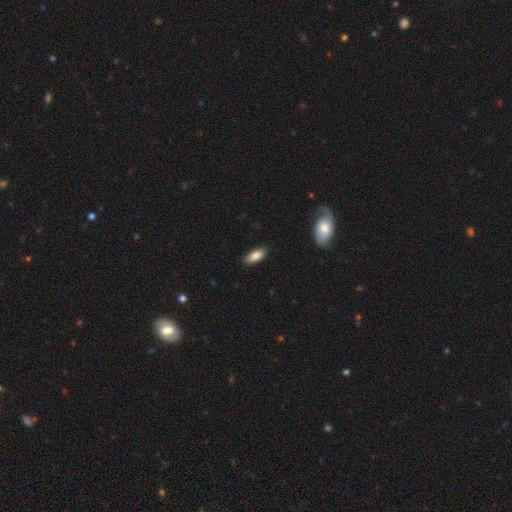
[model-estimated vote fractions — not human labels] Smooth or featured? smooth (84%)
How rounded? in between (85%)
Merging? none (87%)